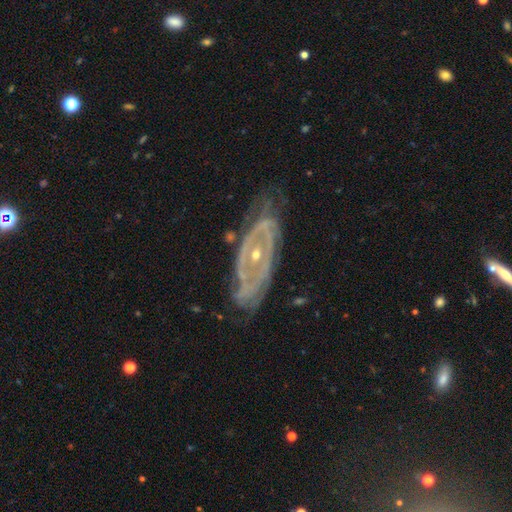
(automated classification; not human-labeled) Overall: featured or disk (82%). Edge-on disk: no (87%). Bar: no (62%; weak 27%). Spiral arms: yes (79%). Spiral arm count: 2 (49%; can't tell 34%). Spiral winding: tight (53%; medium 34%). Bulge size: small (72%). Merging: none (71%).